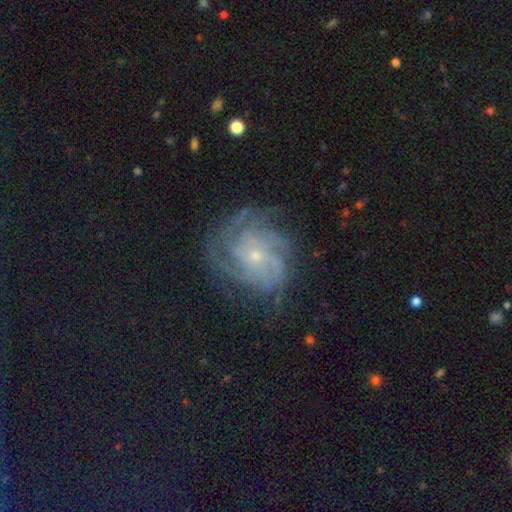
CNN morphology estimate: type=featured or disk (81%); edge-on=no (97%); bar=no (76%); spiral arms=yes (96%); winding=tight (65%); arm count=can't tell (29%); bulge=small (78%); merging=none (72%).